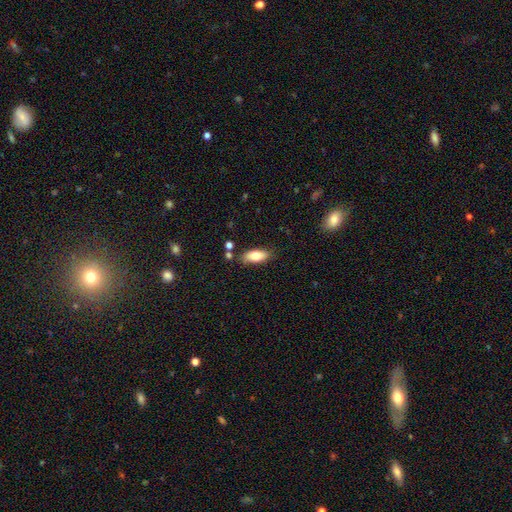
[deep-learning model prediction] smooth 78%, featured or disk 15%, star or artifact 7%. Down the decision tree: how rounded — in between (85%); merging — none (78%).